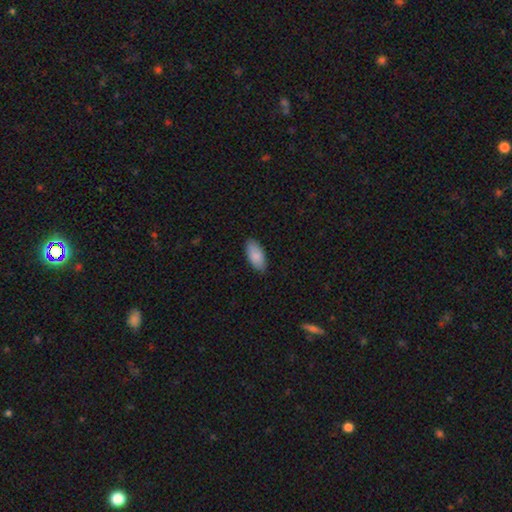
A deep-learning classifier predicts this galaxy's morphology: This appears to be a smooth galaxy with no disk features (87%) that is in between round and cigar-shaped (91%). Merging: none (86%).